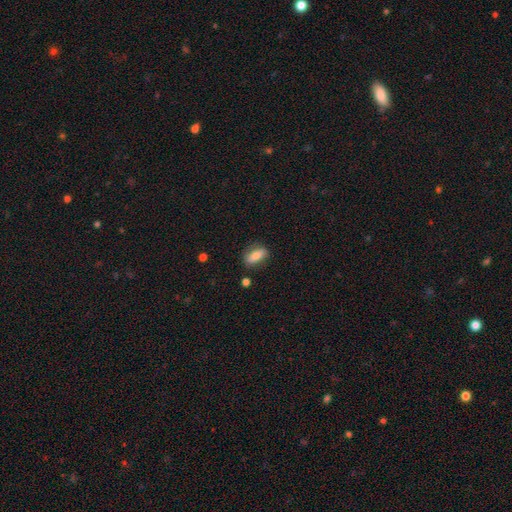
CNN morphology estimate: A smooth galaxy with no disk features (71%) that is in between round and cigar-shaped (77%).

Vote fractions:
- Smooth or featured? smooth: 71% / featured or disk: 21% / star or artifact: 7%
- How rounded? in between: 77% / cigar-shaped: 18% / round: 5%
- Merging? none: 77% / minor disturbance: 16% / major disturbance: 4% / merger: 2%